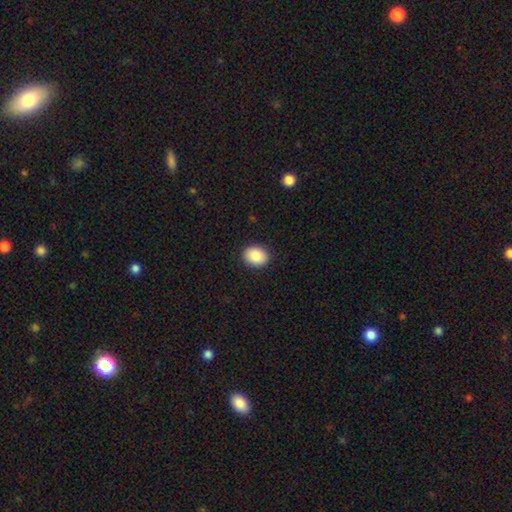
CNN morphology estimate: This is clearly a smooth galaxy (88%). How rounded: possibly round (52%). Merging: clearly none (91%).